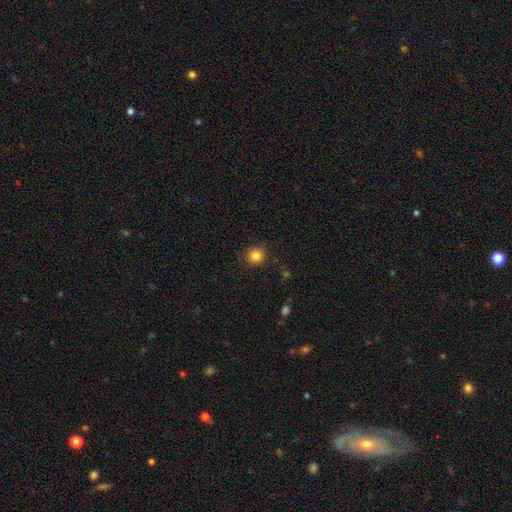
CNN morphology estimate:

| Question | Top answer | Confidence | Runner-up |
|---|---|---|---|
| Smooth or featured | smooth | 85% | star or artifact (11%) |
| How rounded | round | 91% | in between (8%) |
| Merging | none | 88% | minor disturbance (8%) |